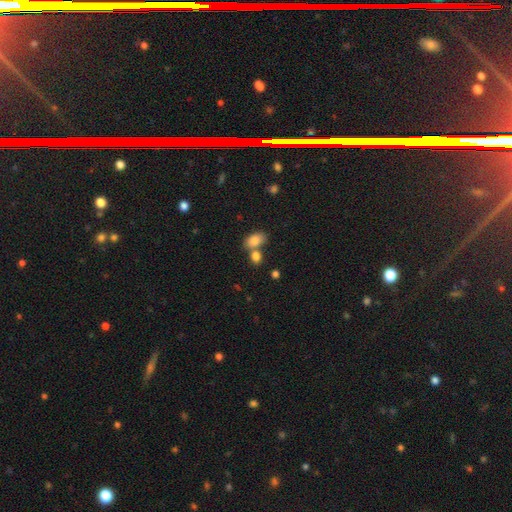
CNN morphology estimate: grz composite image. It shows a smooth galaxy with no disk features (83%) that is in between round and cigar-shaped (73%). Merging: none (46%).